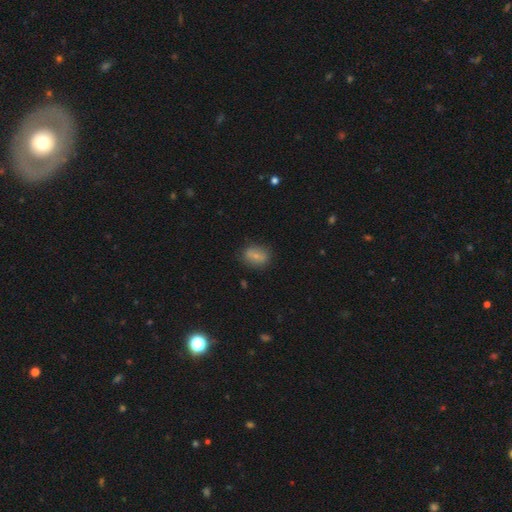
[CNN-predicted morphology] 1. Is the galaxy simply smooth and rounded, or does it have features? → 68% smooth, 21% featured or disk, 10% star or artifact.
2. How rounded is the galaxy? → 66% in between, 31% round, 3% cigar-shaped.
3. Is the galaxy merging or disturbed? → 72% none, 15% minor disturbance, 9% merger, 4% major disturbance.